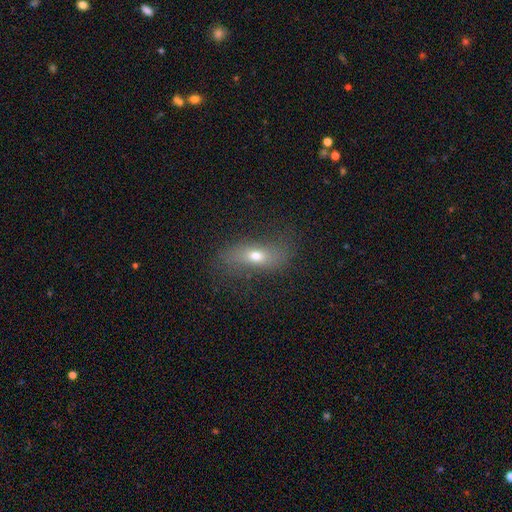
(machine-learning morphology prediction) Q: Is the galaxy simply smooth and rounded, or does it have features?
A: smooth — 54%.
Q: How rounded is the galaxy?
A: in between — 67%.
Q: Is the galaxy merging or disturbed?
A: none — 63%.